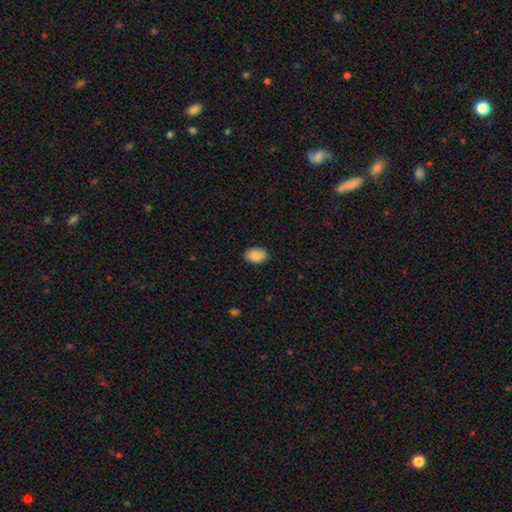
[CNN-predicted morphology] Overall: smooth (88%). How rounded: in between (88%). Merging: none (86%).